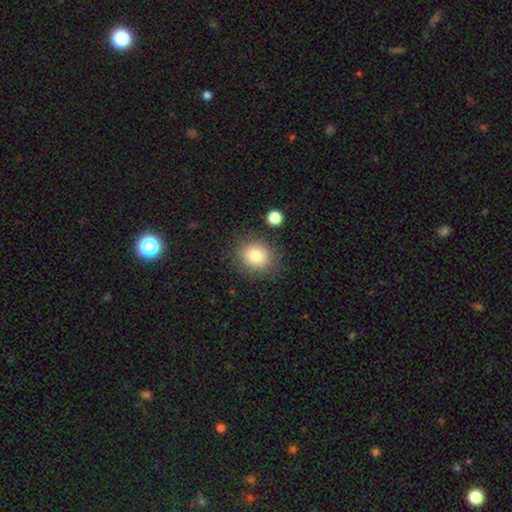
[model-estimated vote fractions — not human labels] Smooth or featured? smooth (83%)
How rounded? round (69%)
Merging? none (82%)